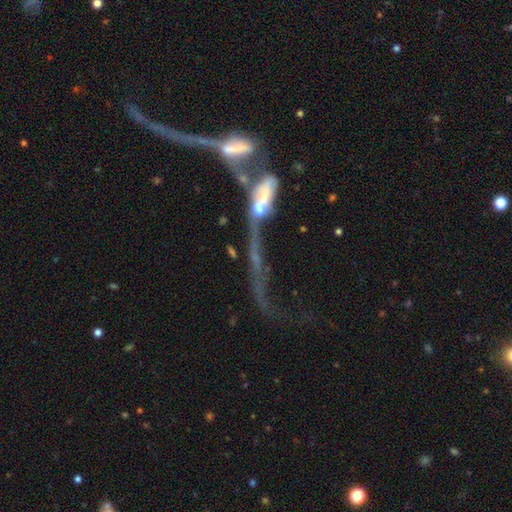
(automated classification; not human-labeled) The model was most divided on "edge-on disk": no: 66%, yes: 34%. More confident: smooth or featured — featured or disk (65%); merging — merger (64%).